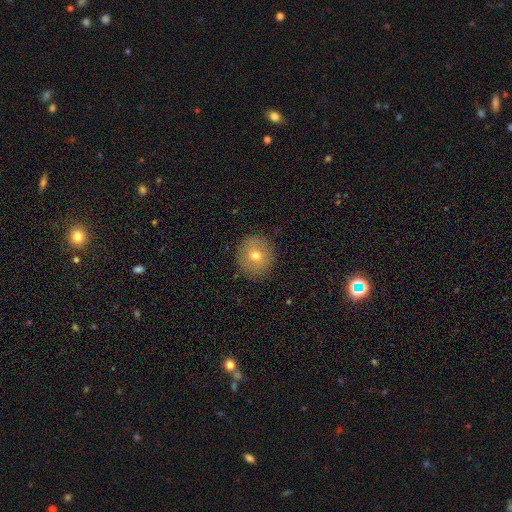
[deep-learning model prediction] This appears to be a smooth galaxy with no disk features (69%) that is round (93%). Merging: none (89%).